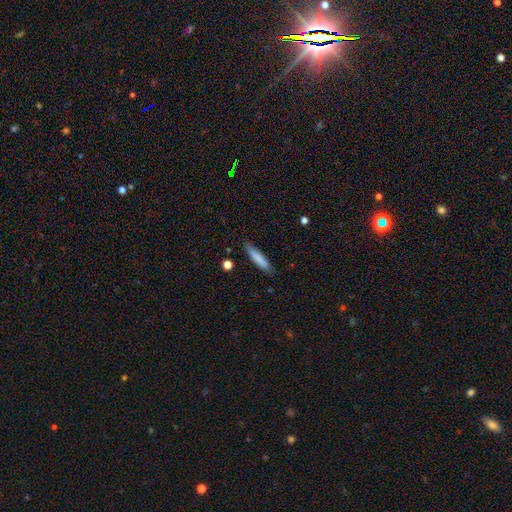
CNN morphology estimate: Smooth or featured? smooth (76%)
How rounded? cigar-shaped (90%)
Merging? none (87%)